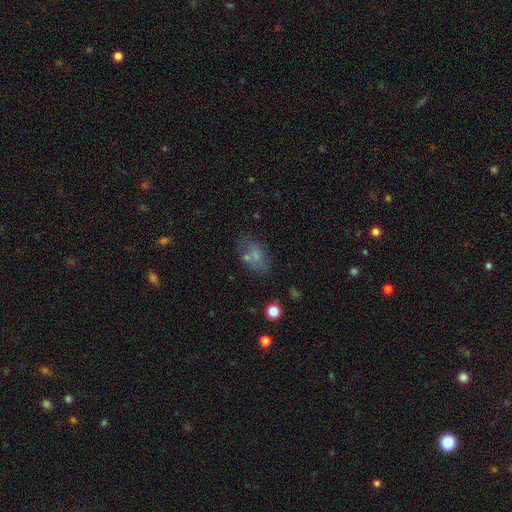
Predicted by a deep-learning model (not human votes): smooth 66%, featured or disk 19%, star or artifact 15%. Down the decision tree: how rounded — in between (87%); merging — none (57%).